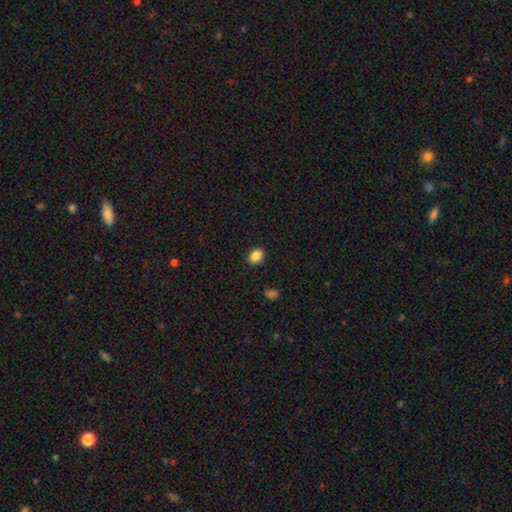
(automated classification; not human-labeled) Overall: smooth (87%). How rounded: in between (64%; round 35%). Merging: none (87%).